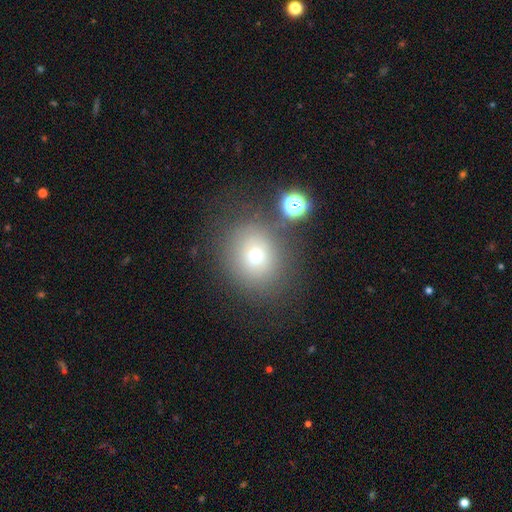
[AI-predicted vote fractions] smooth_or_featured: smooth (p=0.67) [alt: star or artifact p=0.18]
how_rounded: round (p=0.79) [alt: in between p=0.20]
merging: none (p=0.75) [alt: minor disturbance p=0.12]